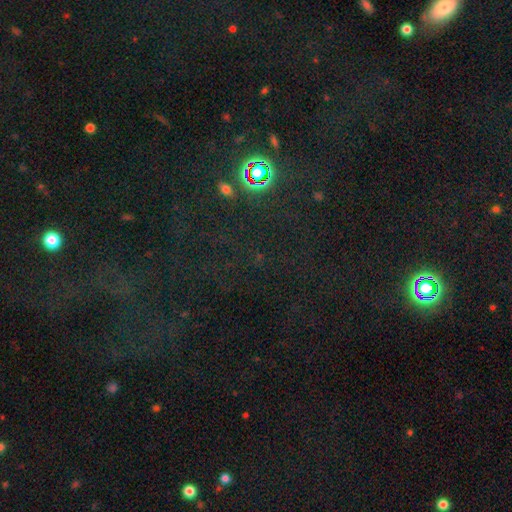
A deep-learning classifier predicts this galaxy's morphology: Smooth or featured: star or artifact — 73% (smooth — 16%)